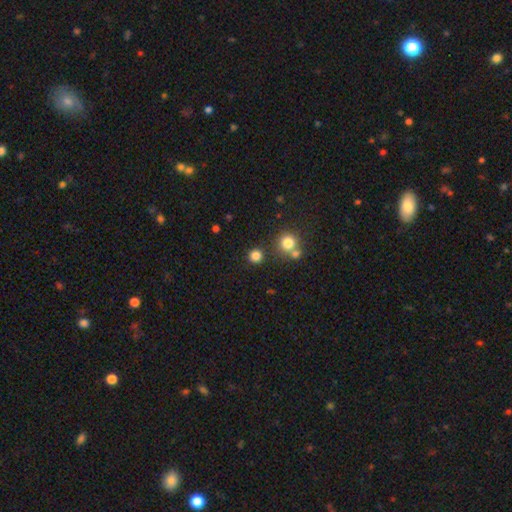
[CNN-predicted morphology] This is clearly a smooth galaxy (81%). How rounded: clearly round (93%). Merging: clearly none (82%).